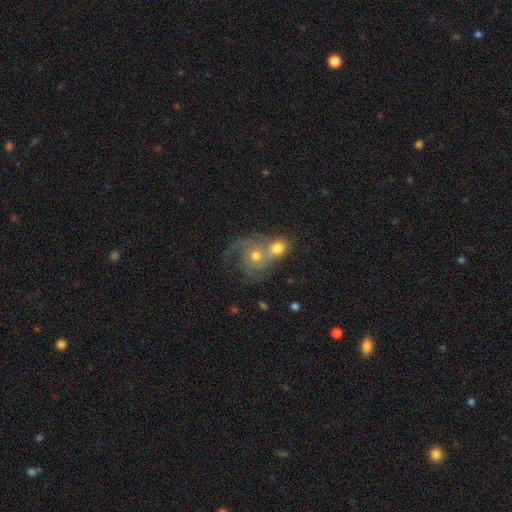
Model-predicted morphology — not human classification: Q: Smooth or featured?
A: featured or disk (61%); runner-up: smooth (29%)
Q: Edge-on disk?
A: no (97%); runner-up: yes (3%)
Q: Bar?
A: no (79%); runner-up: weak (18%)
Q: Spiral arms?
A: yes (81%); runner-up: no (19%)
Q: Bulge size?
A: moderate (63%); runner-up: small (24%)
Q: Merging?
A: merger (60%); runner-up: none (22%)